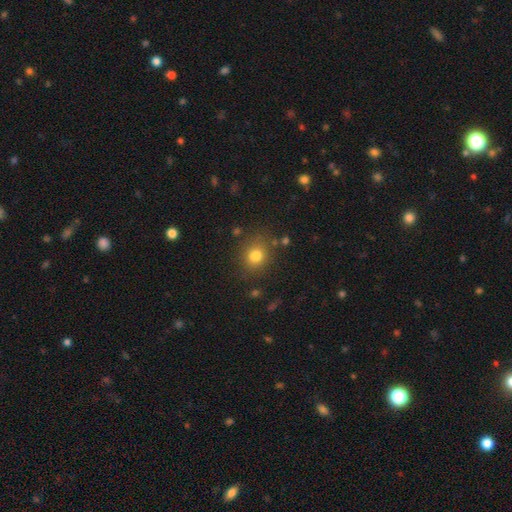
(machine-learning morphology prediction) smooth_or_featured: smooth (p=0.79) [alt: star or artifact p=0.13]
how_rounded: round (p=0.71) [alt: in between p=0.28]
merging: none (p=0.80) [alt: minor disturbance p=0.12]